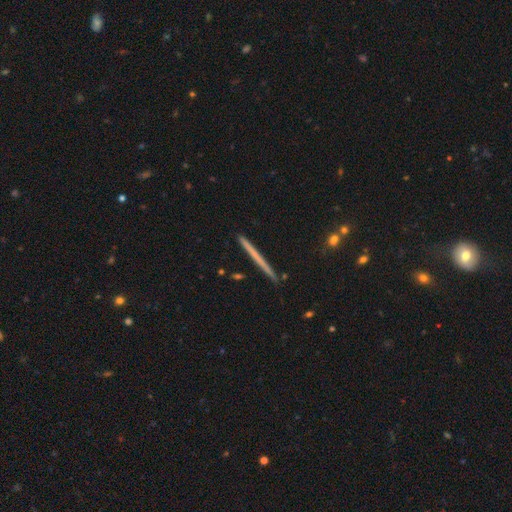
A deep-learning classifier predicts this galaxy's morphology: Smooth or featured: smooth — 48% (featured or disk — 47%)
Merging: none — 91% (minor disturbance — 6%)